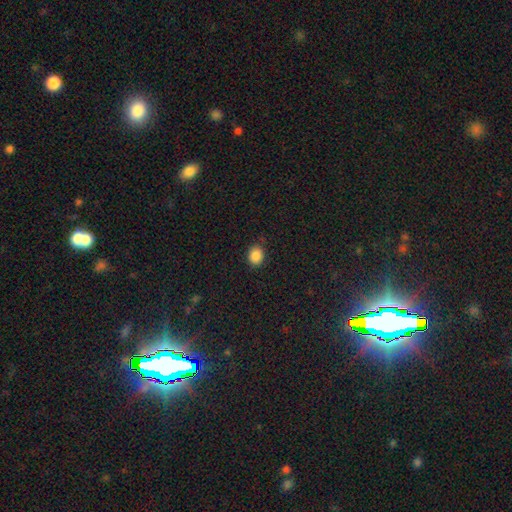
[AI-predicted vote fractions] A smooth galaxy with no disk features (87%) that is round (55%). Merging: none (83%).